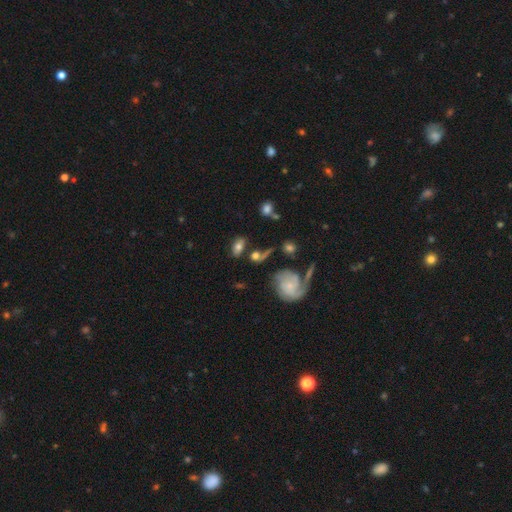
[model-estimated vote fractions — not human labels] smooth 50%, featured or disk 39%, star or artifact 12%. Down the decision tree: merging — none (53%).